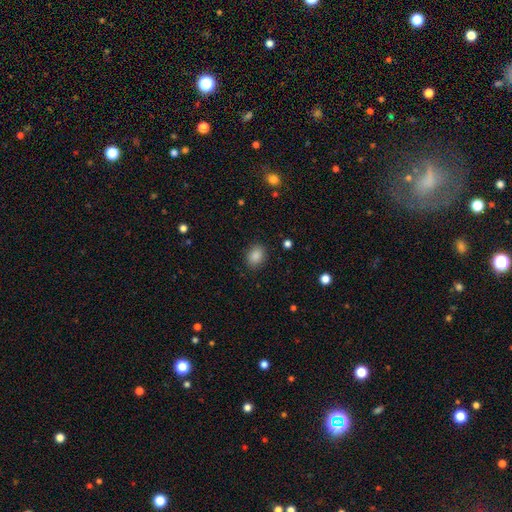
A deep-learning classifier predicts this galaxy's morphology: Smooth or featured? Predicted: smooth (p=0.87). How rounded? Predicted: in between (p=0.55). Merging? Predicted: none (p=0.88).